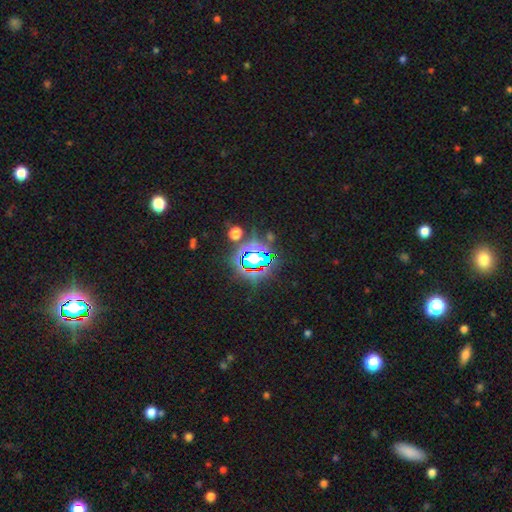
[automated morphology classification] type=star or artifact (67%).